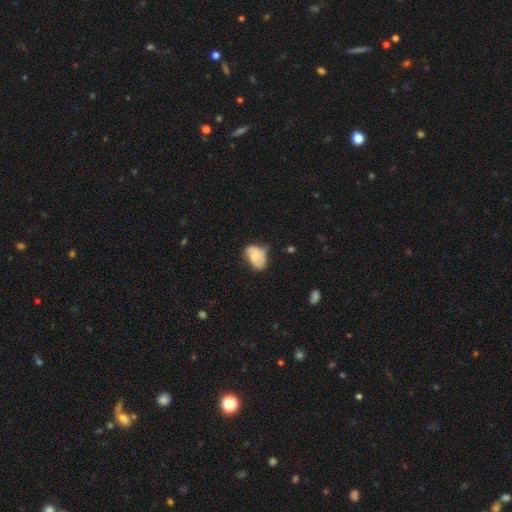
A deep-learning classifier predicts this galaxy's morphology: Smooth or featured: smooth — 53% (featured or disk — 40%)
How rounded: in between — 80% (round — 18%)
Merging: none — 41% (tied with minor disturbance — 41%)